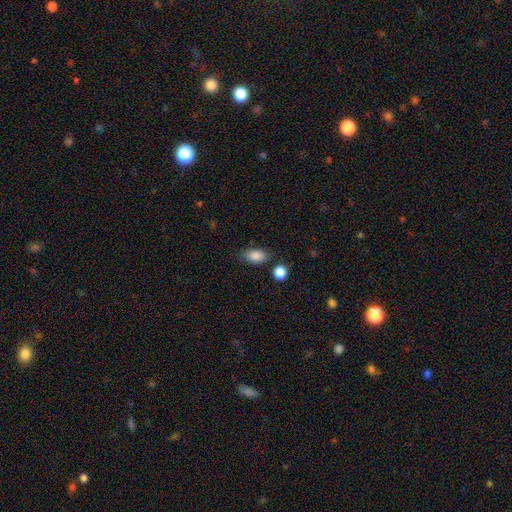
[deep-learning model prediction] smooth_or_featured: smooth (p=0.87) [alt: star or artifact p=0.08]
how_rounded: in between (p=0.87) [alt: round p=0.10]
merging: none (p=0.73) [alt: minor disturbance p=0.18]